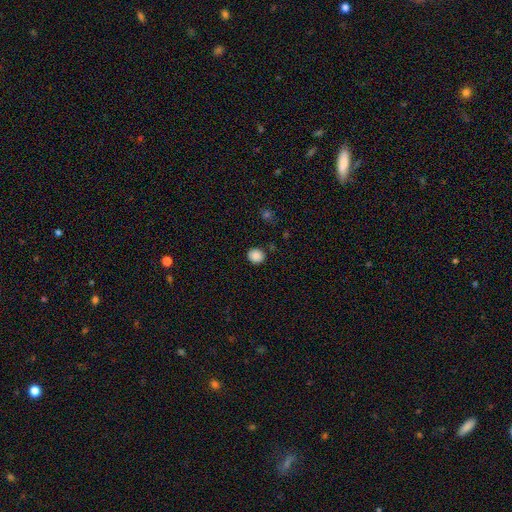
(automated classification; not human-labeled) Smooth or featured: smooth — 88% (star or artifact — 10%)
How rounded: round — 83% (in between — 16%)
Merging: none — 89% (minor disturbance — 7%)